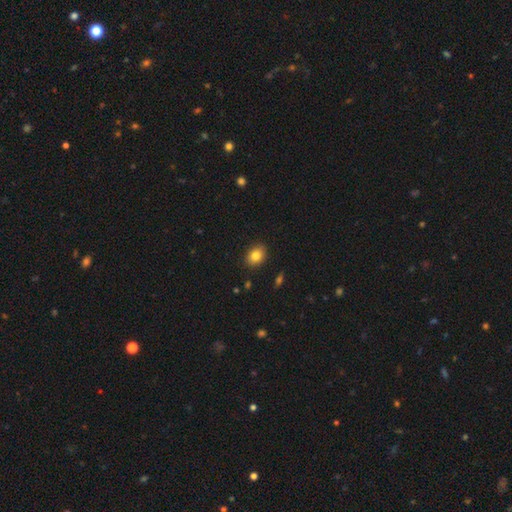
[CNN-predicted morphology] This is clearly a smooth galaxy (83%). How rounded: likely in between (68%). Merging: clearly none (88%).